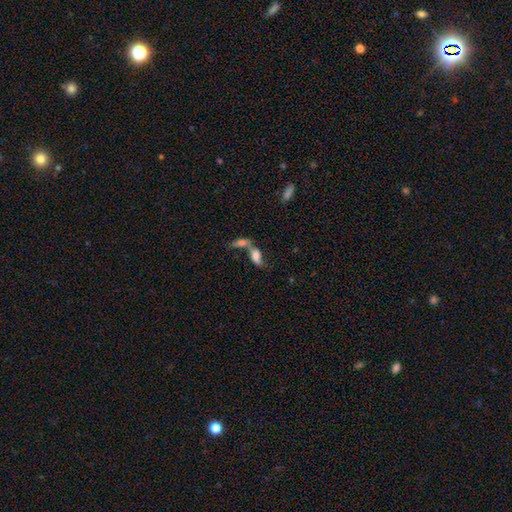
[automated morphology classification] type=smooth (55%); roundness=in between (72%); merging=merger (63%).